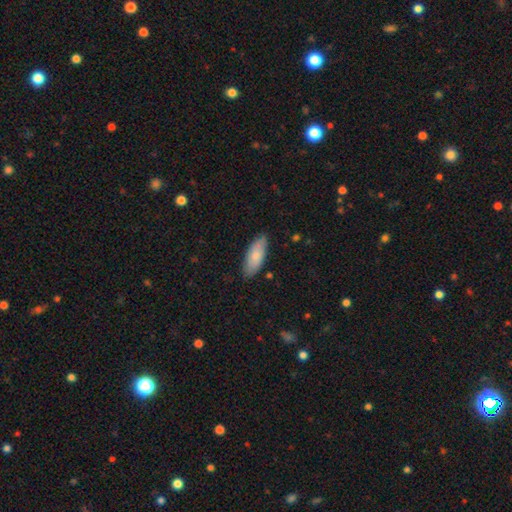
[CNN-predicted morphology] smooth_or_featured: smooth (p=0.76) [alt: featured or disk p=0.19]
how_rounded: in between (p=0.81) [alt: cigar-shaped p=0.17]
merging: none (p=0.79) [alt: minor disturbance p=0.17]